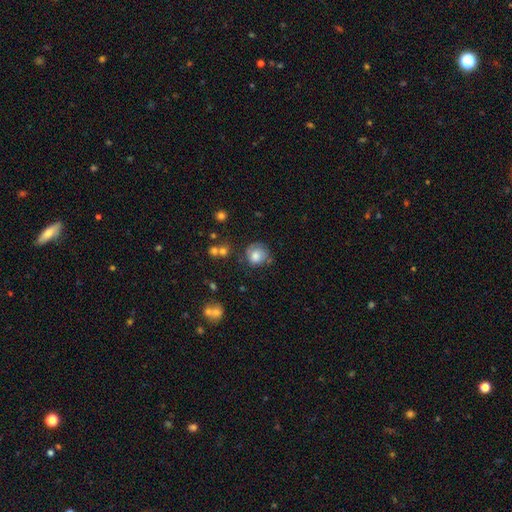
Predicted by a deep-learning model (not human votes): Smooth or featured? smooth (71%)
How rounded? round (85%)
Merging? none (62%)